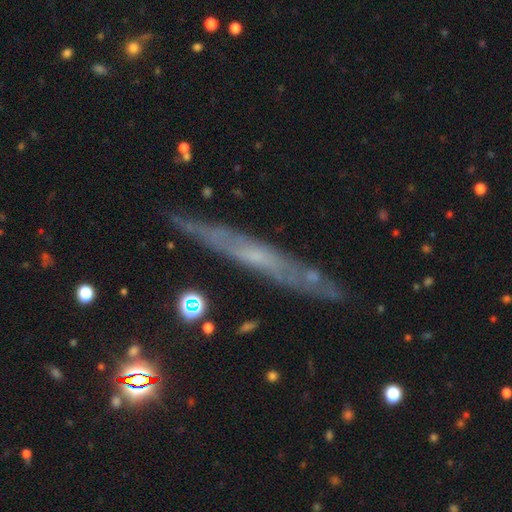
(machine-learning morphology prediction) Smooth or featured? Predicted: featured or disk (p=0.64). Edge-on disk? Predicted: yes (p=0.86). Edge-on bulge? Predicted: none (p=0.72). Merging? Predicted: none (p=0.82).